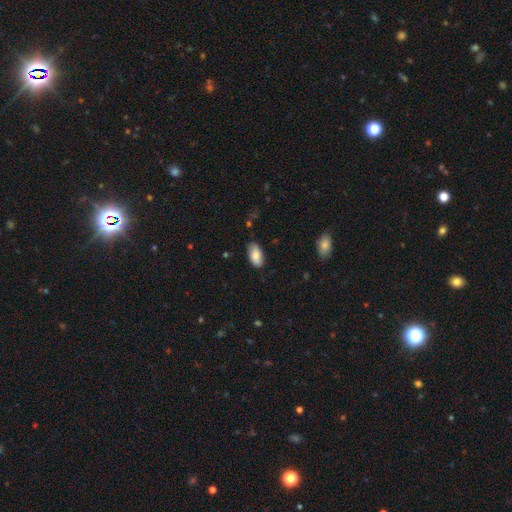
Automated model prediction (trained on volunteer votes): Morphology: type=smooth (81%); roundness=in between (94%); merging=none (80%).